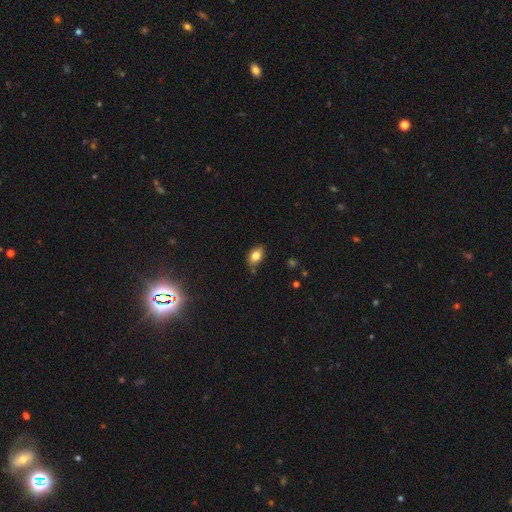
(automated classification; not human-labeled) Q: Smooth or featured?
A: smooth (81%); runner-up: featured or disk (10%)
Q: How rounded?
A: in between (85%); runner-up: round (13%)
Q: Merging?
A: none (75%); runner-up: minor disturbance (19%)